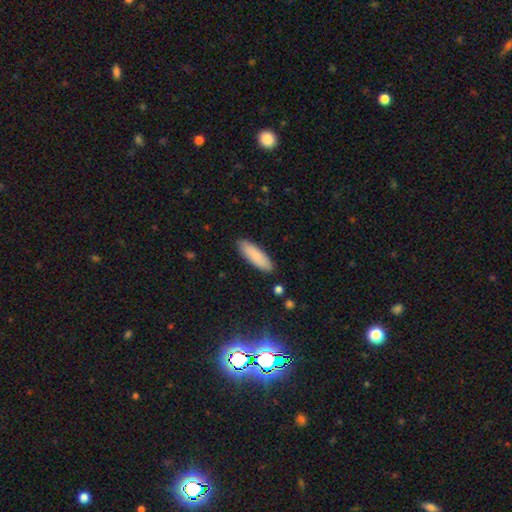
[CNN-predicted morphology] This appears to be a smooth galaxy with no disk features (86%) that is cigar-shaped (52%). Merging: none (89%).